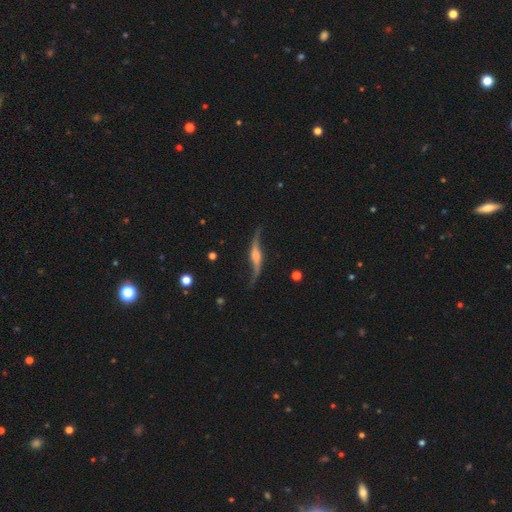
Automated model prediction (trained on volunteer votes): Smooth or featured? featured or disk (88%)
Edge-on disk? no (58%)
Bar? no (47%)
Spiral arms? yes (94%)
Bulge size? moderate (49%)
Merging? none (72%)